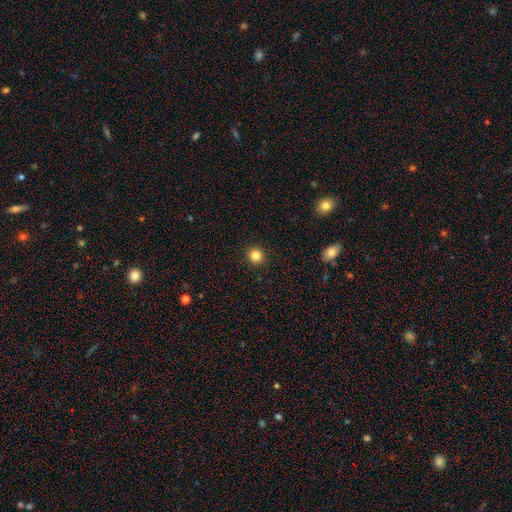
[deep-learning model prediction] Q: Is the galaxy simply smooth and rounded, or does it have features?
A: smooth — 84%.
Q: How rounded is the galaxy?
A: round — 95%.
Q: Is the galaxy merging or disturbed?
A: none — 93%.